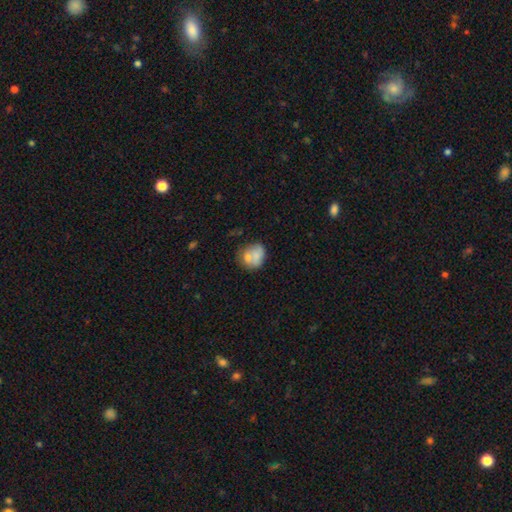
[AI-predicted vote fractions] Smooth or featured? Predicted: smooth (p=0.67). How rounded? Predicted: round (p=0.60). Merging? Predicted: none (p=0.42).